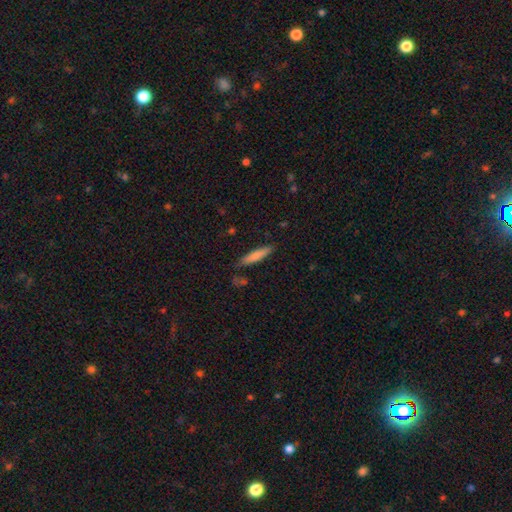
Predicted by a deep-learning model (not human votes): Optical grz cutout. It shows a smooth galaxy with no disk features (76%) that is cigar-shaped (87%). Merging: none (83%).